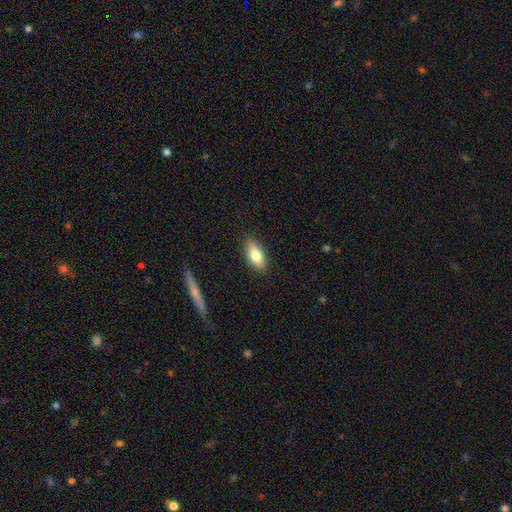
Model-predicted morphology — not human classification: This is likely a smooth galaxy (77%). How rounded: clearly in between (86%). Merging: clearly none (86%).